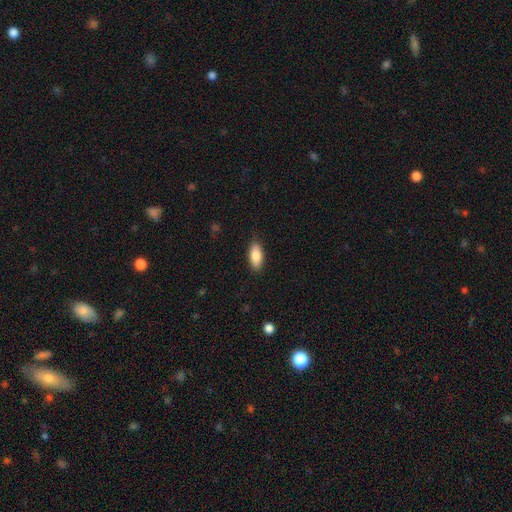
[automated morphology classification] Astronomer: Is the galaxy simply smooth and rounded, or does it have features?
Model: smooth — 84%.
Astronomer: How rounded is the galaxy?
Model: in between — 86%.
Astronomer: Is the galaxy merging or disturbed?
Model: none — 85%.